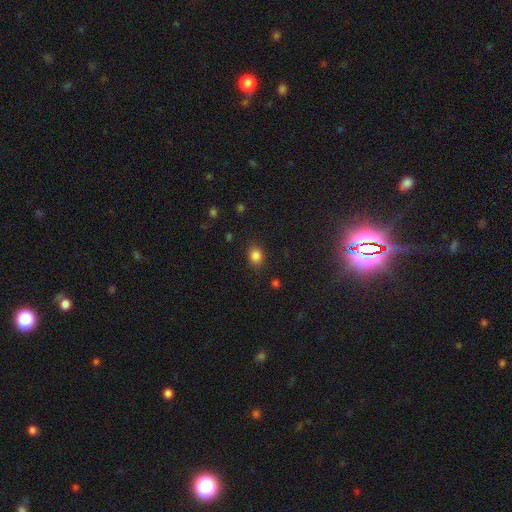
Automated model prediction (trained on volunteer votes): Smooth or featured?
  - smooth: 84% *
  - star or artifact: 12%
  - featured or disk: 4%
How rounded?
  - round: 56% *
  - in between: 43%
  - cigar-shaped: 1%
Merging?
  - none: 86% *
  - minor disturbance: 10%
  - major disturbance: 3%
  - merger: 1%